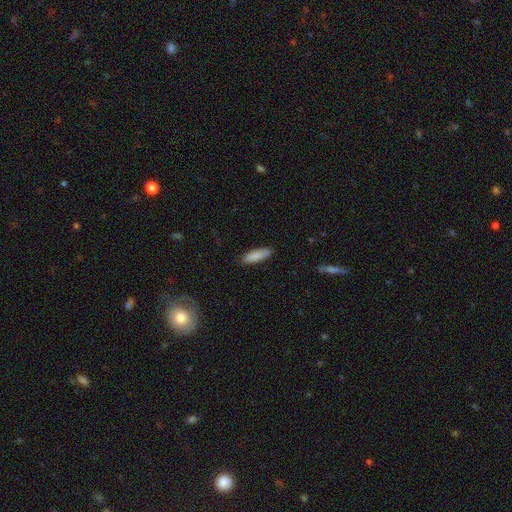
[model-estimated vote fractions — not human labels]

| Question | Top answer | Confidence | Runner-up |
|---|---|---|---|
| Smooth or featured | smooth | 87% | featured or disk (7%) |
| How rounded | cigar-shaped | 53% | in between (46%) |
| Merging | none | 87% | minor disturbance (10%) |